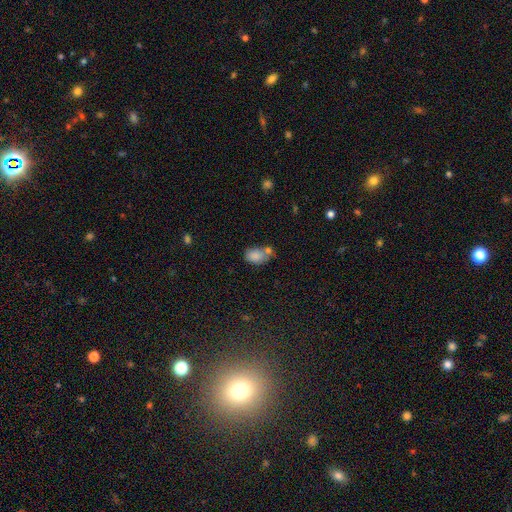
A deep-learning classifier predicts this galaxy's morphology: This is clearly a smooth galaxy (82%). How rounded: clearly in between (81%). Merging: marginally none (39%).